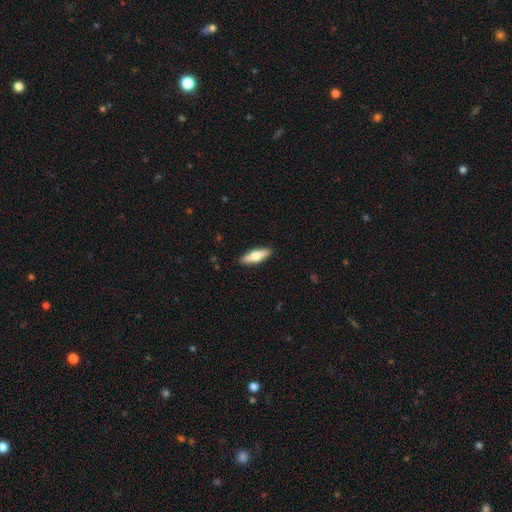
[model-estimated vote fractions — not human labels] smooth-or-featured: smooth: 63% | featured or disk: 32% | star or artifact: 6%
  how-rounded: in between: 53% | cigar-shaped: 45% | round: 2%
  merging: none: 90% | minor disturbance: 8% | major disturbance: 2% | merger: 1%